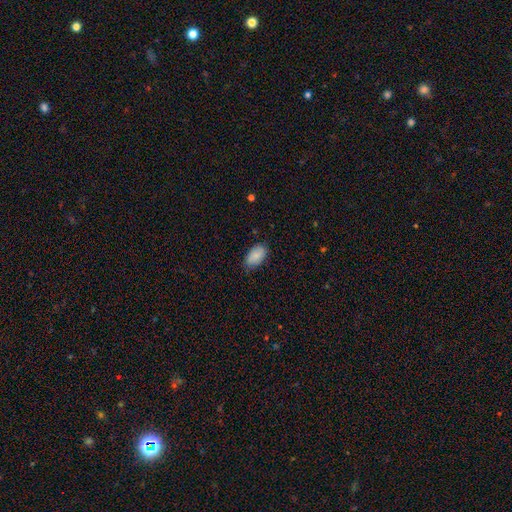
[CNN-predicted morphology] A smooth galaxy with no disk features (86%) that is in between round and cigar-shaped (94%). Merging: none (78%).